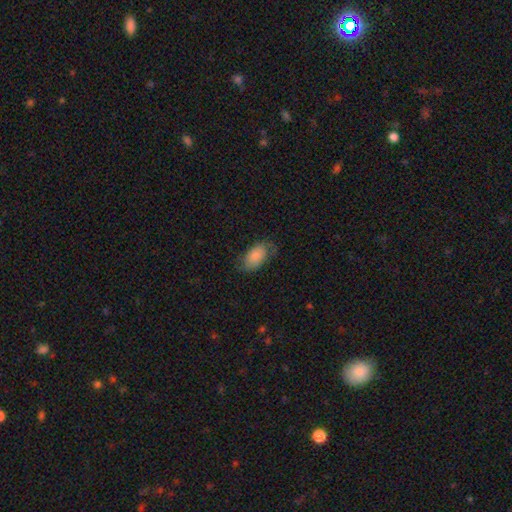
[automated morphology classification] A smooth galaxy with no disk features (77%) that is in between round and cigar-shaped (93%). Merging: none (61%).